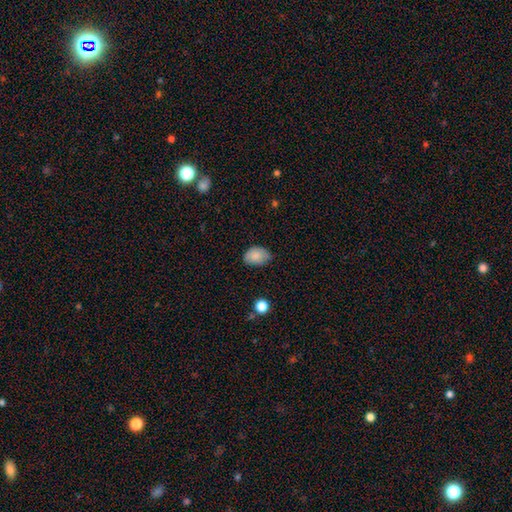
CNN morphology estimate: A smooth galaxy with no disk features (85%) that is in between round and cigar-shaped (81%).

Vote fractions:
- Smooth or featured? smooth: 85% / star or artifact: 8% / featured or disk: 7%
- How rounded? in between: 81% / round: 18% / cigar-shaped: 1%
- Merging? none: 65% / minor disturbance: 29% / major disturbance: 5% / merger: 1%